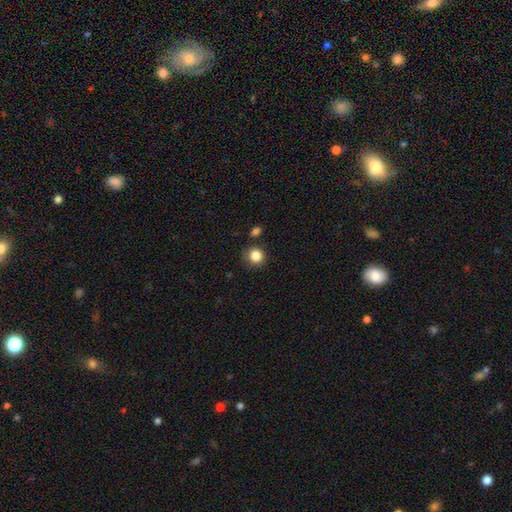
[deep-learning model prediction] Smooth or featured? Predicted: smooth (p=0.85). How rounded? Predicted: round (p=0.86). Merging? Predicted: none (p=0.79).